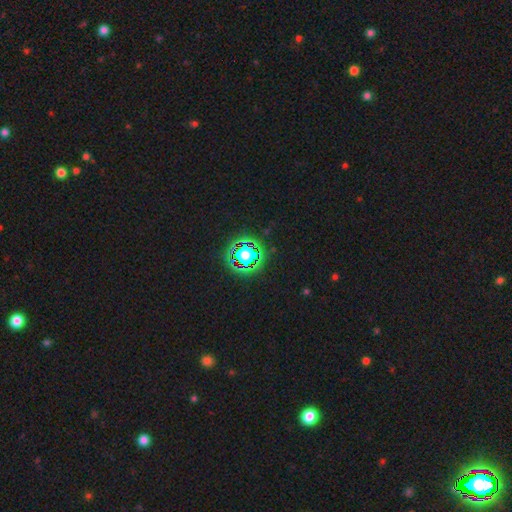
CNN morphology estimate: This appears to be a star or artifact, not a galaxy (78%).